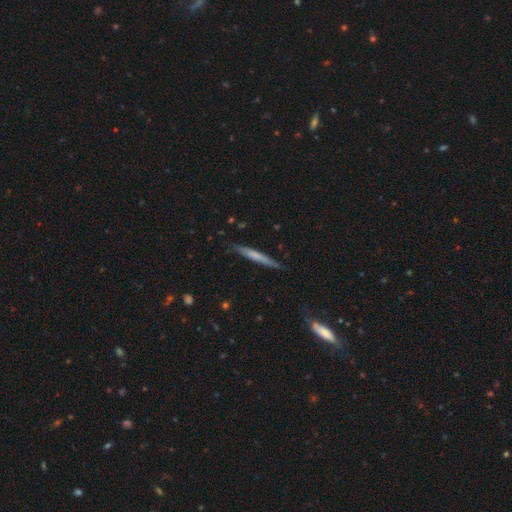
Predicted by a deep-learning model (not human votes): A smooth galaxy with no disk features (59%) that is cigar-shaped (96%). Merging: none (84%).